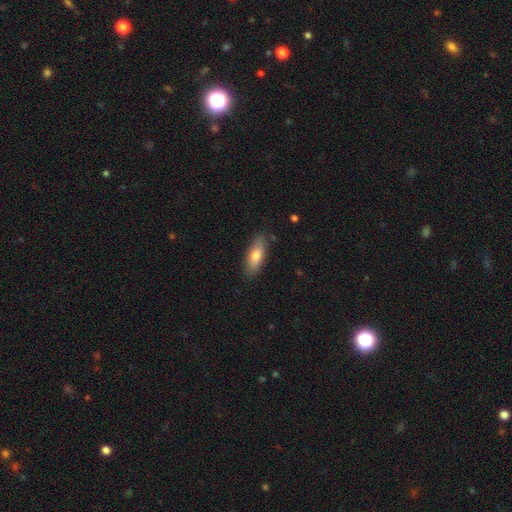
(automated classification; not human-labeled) smooth-or-featured: smooth: 75% | featured or disk: 18% | star or artifact: 6%
  how-rounded: in between: 73% | cigar-shaped: 25% | round: 3%
  merging: none: 85% | minor disturbance: 12% | major disturbance: 2% | merger: 1%